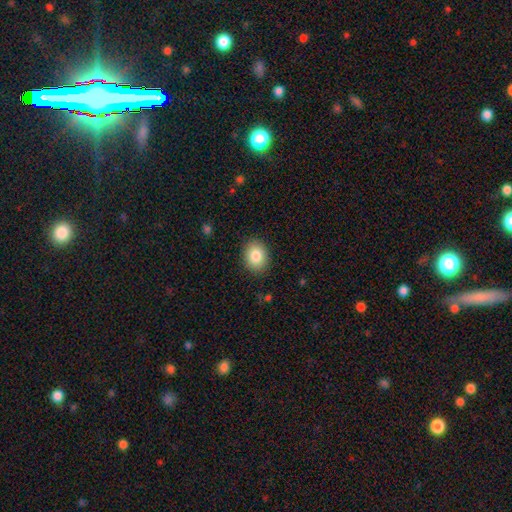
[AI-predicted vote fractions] A smooth galaxy with no disk features (84%) that is in between round and cigar-shaped (57%). Merging: none (88%).